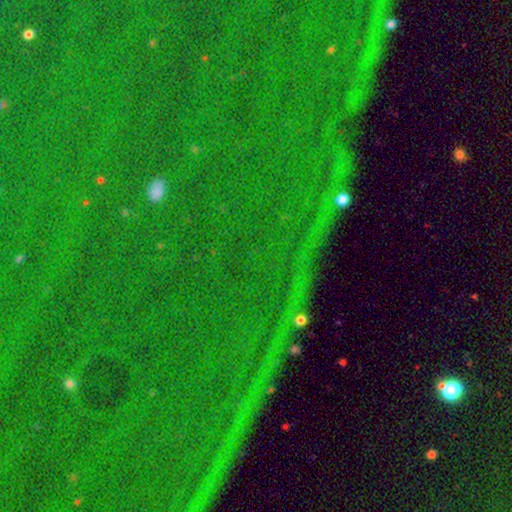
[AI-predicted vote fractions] smooth-or-featured: star or artifact: 85% | featured or disk: 8% | smooth: 8%